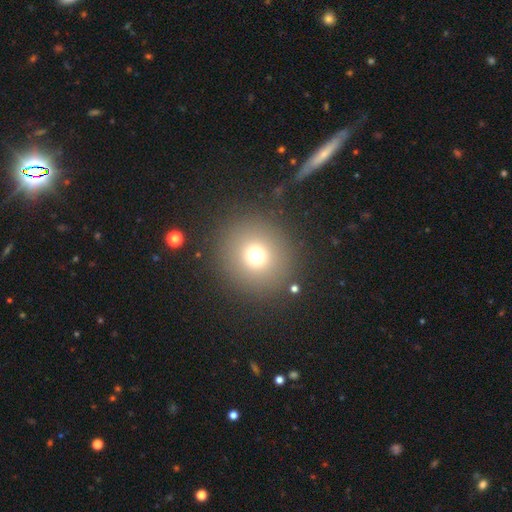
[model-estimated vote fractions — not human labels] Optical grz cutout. It shows a smooth galaxy with no disk features (72%) that is round (93%). Merging: none (88%).